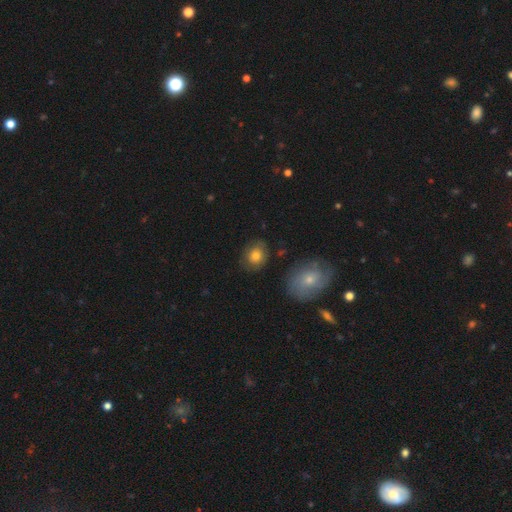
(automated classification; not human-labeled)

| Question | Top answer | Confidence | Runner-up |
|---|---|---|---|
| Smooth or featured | smooth | 77% | featured or disk (14%) |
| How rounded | round | 61% | in between (38%) |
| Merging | none | 79% | minor disturbance (14%) |